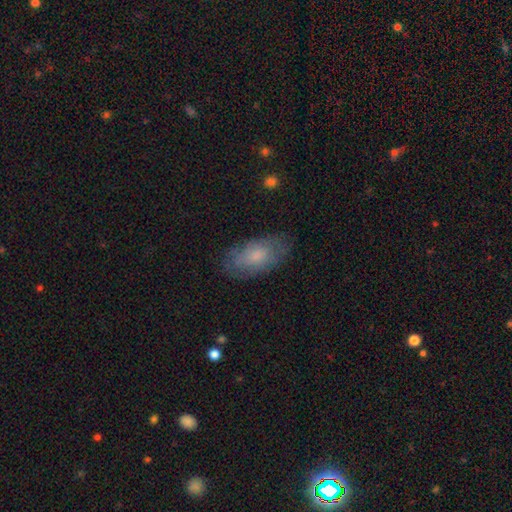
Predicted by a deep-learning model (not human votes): Smooth or featured: smooth — 61% (featured or disk — 31%)
How rounded: in between — 92% (cigar-shaped — 4%)
Merging: none — 75% (minor disturbance — 18%)